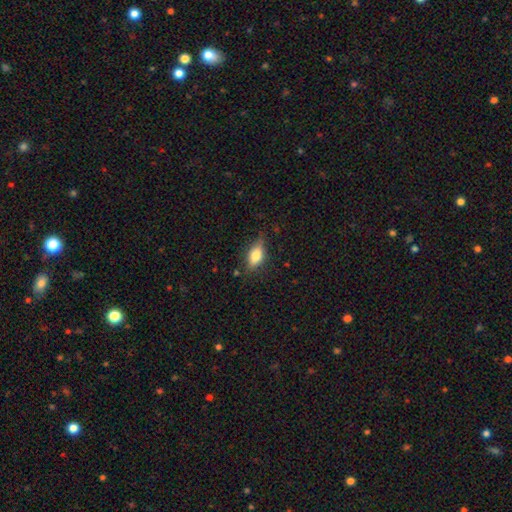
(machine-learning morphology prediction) Smooth or featured? Predicted: smooth (p=0.75). How rounded? Predicted: in between (p=0.83). Merging? Predicted: none (p=0.74).